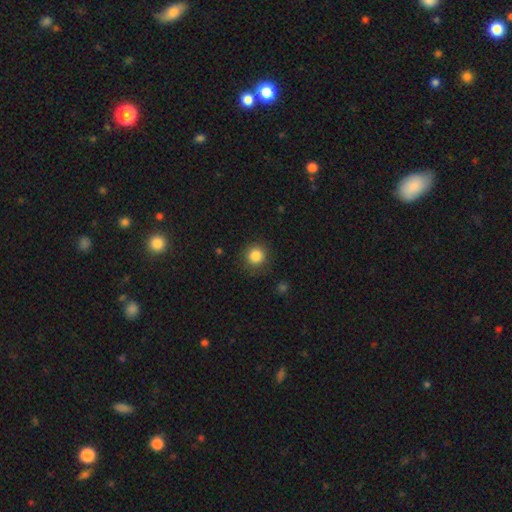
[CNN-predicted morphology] Overall: smooth (85%). How rounded: round (93%). Merging: none (87%).